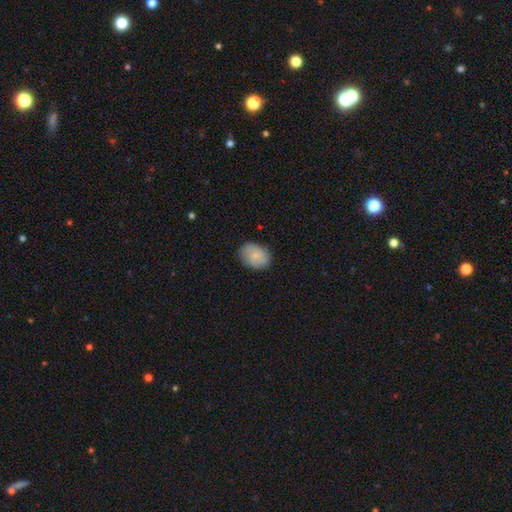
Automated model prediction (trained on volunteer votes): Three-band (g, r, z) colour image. It shows a smooth galaxy with no disk features (56%) that is in between round and cigar-shaped (61%). Merging: none (80%).